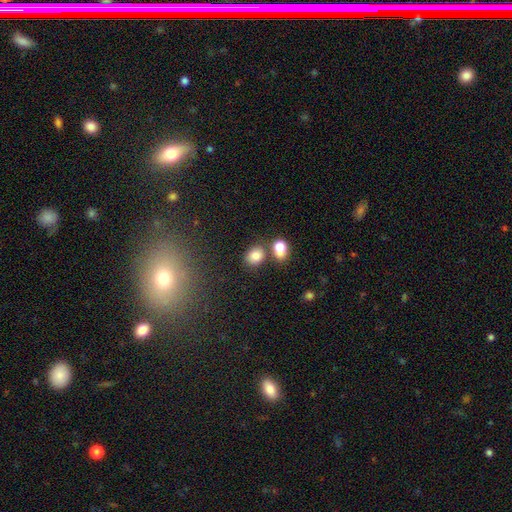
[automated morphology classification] Smooth or featured? Predicted: smooth (p=0.81). How rounded? Predicted: in between (p=0.51). Merging? Predicted: none (p=0.61).